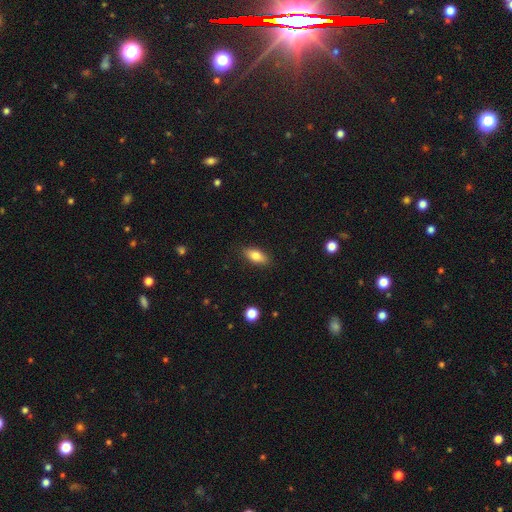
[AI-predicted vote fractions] The model was most divided on "smooth or featured": smooth: 79%, featured or disk: 14%, star or artifact: 7%. More confident: merging — none (87%); how rounded — in between (83%).